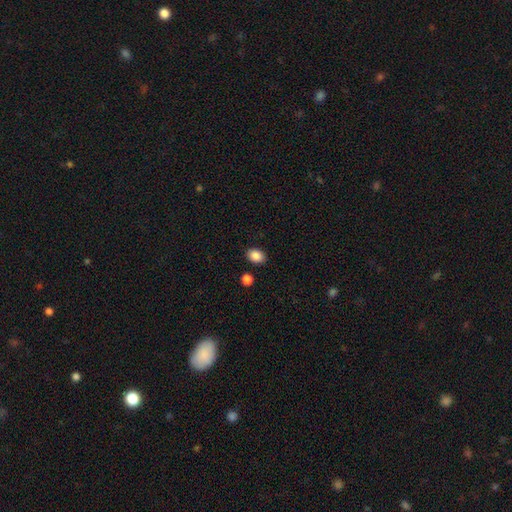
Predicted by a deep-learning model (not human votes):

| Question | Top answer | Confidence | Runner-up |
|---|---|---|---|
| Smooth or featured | smooth | 88% | star or artifact (8%) |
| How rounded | in between | 71% | round (28%) |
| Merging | none | 85% | minor disturbance (9%) |